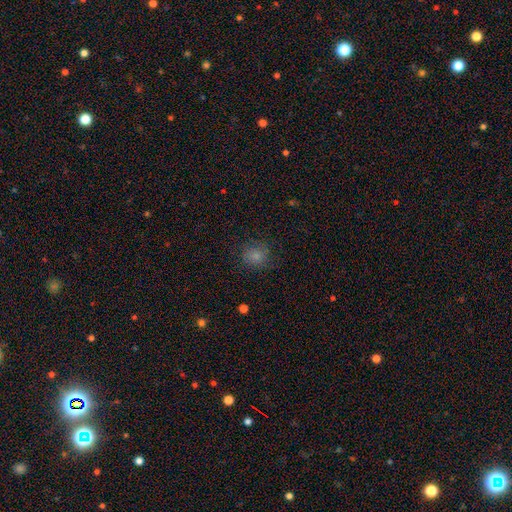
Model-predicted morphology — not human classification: This appears to be a smooth galaxy with no disk features (82%) that is round (85%). Merging: none (82%).